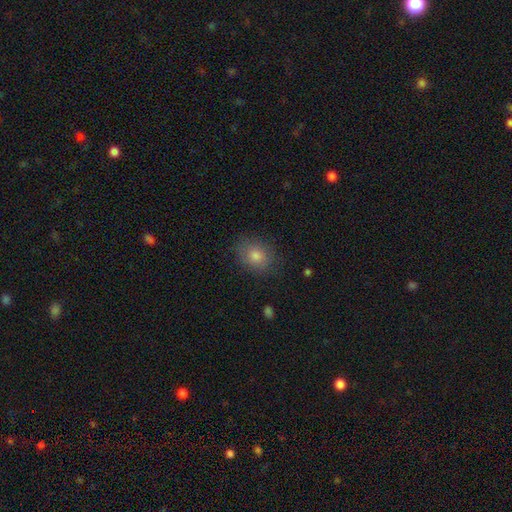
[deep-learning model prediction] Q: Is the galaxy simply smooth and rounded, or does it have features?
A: smooth — 79%.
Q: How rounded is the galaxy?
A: round — 50%.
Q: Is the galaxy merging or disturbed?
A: none — 83%.